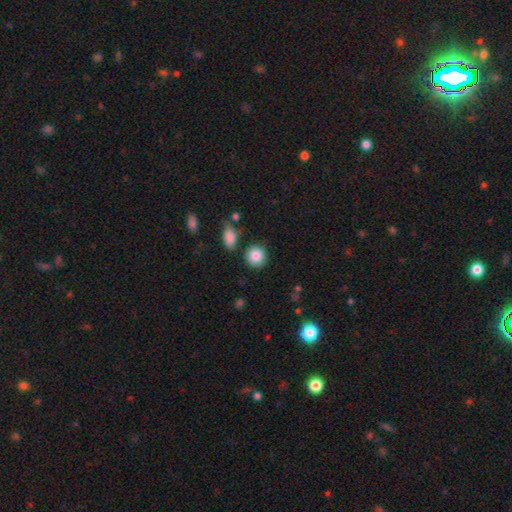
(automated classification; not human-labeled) A smooth galaxy with no disk features (87%) that is round (88%). Merging: none (83%).